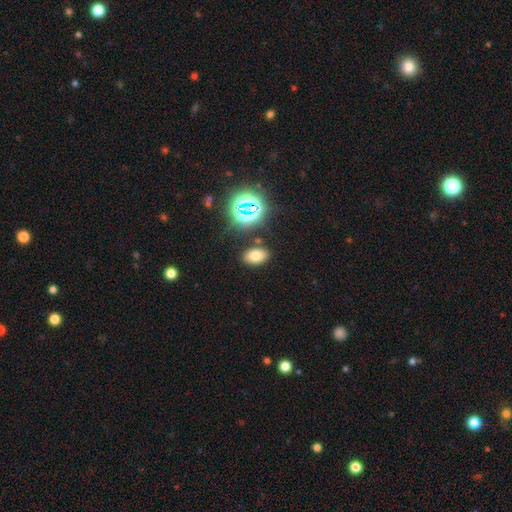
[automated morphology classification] This is likely a smooth galaxy (68%). How rounded: clearly in between (87%). Merging: clearly none (85%).